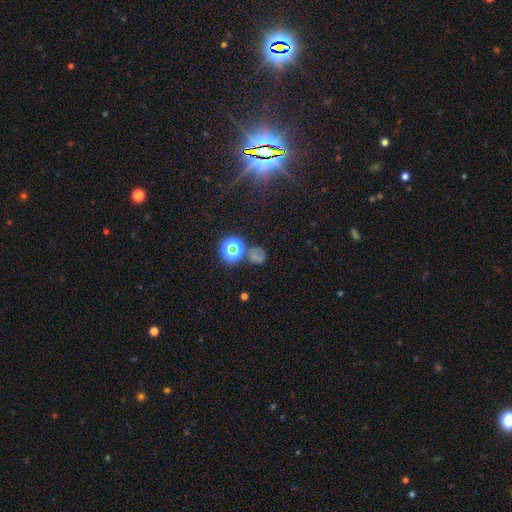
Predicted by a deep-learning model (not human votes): Smooth or featured? Predicted: smooth (p=0.50). How rounded? Predicted: round (p=0.75). Merging? Predicted: none (p=0.64).